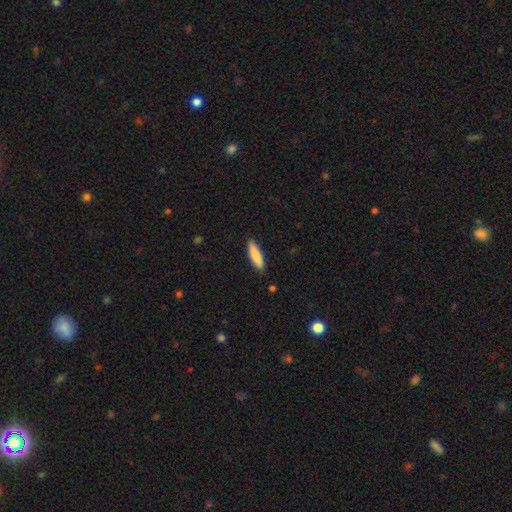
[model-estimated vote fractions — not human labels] The model was most divided on "how rounded": cigar-shaped: 65%, in between: 34%, round: 1%. More confident: merging — none (88%); smooth or featured — smooth (85%).